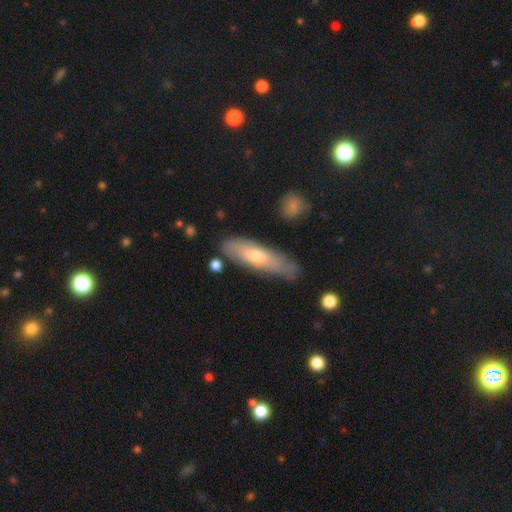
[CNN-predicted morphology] Smooth or featured?
  - smooth: 55% *
  - featured or disk: 39%
  - star or artifact: 6%
How rounded?
  - cigar-shaped: 57% *
  - in between: 41%
  - round: 2%
Merging?
  - none: 69% *
  - minor disturbance: 22%
  - major disturbance: 5%
  - merger: 4%